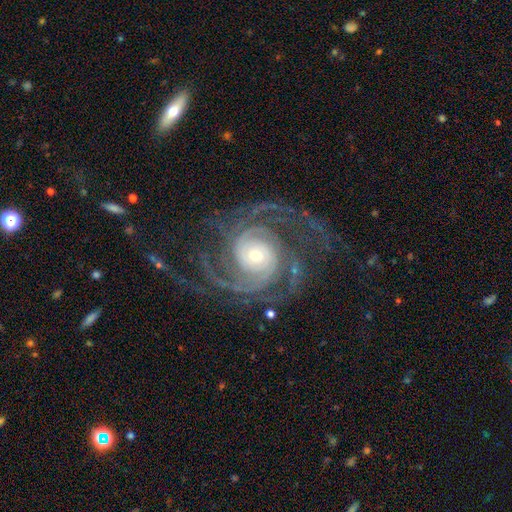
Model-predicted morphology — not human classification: featured or disk 93%, star or artifact 4%, smooth 3%. Down the decision tree: edge-on disk — no (98%); bar — no (68%); spiral arms — yes (99%); spiral arm count — 2 (38%); spiral winding — tight (55%); bulge size — small (50%); merging — none (70%).